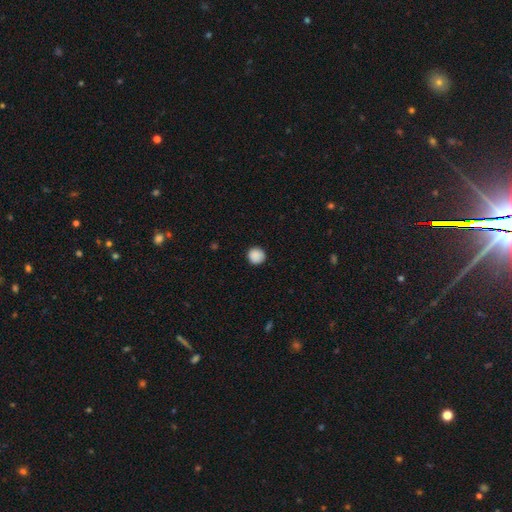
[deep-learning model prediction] Q: Smooth or featured?
A: smooth (89%); runner-up: star or artifact (8%)
Q: How rounded?
A: round (94%); runner-up: in between (5%)
Q: Merging?
A: none (91%); runner-up: minor disturbance (7%)